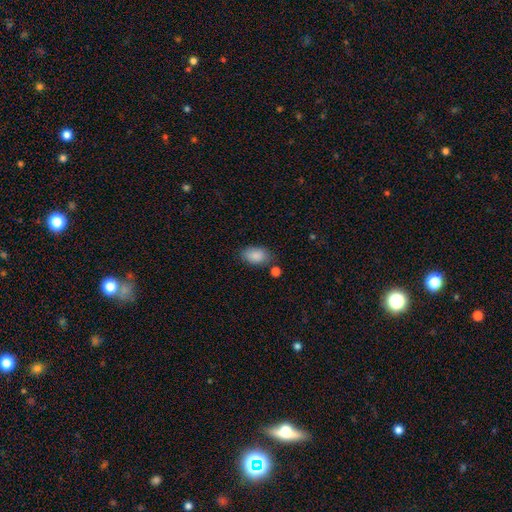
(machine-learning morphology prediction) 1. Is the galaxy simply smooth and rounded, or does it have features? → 88% smooth, 7% star or artifact, 5% featured or disk.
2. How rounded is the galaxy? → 90% in between, 8% round, 1% cigar-shaped.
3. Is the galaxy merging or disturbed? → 74% none, 17% minor disturbance, 6% merger, 4% major disturbance.